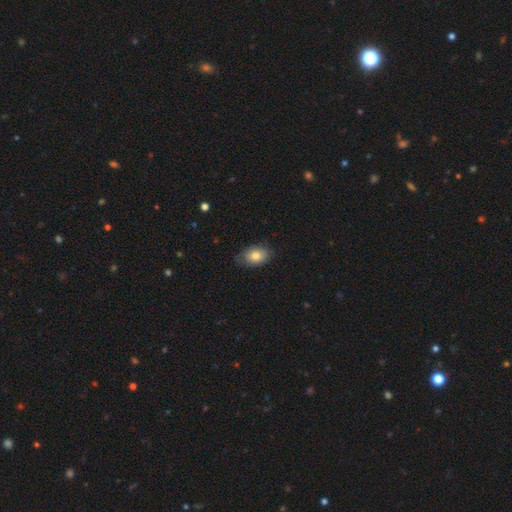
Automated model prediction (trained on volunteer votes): The model was most divided on "merging": none: 74%, minor disturbance: 22%, major disturbance: 4%, merger: 1%. More confident: how rounded — in between (83%); smooth or featured — smooth (78%).